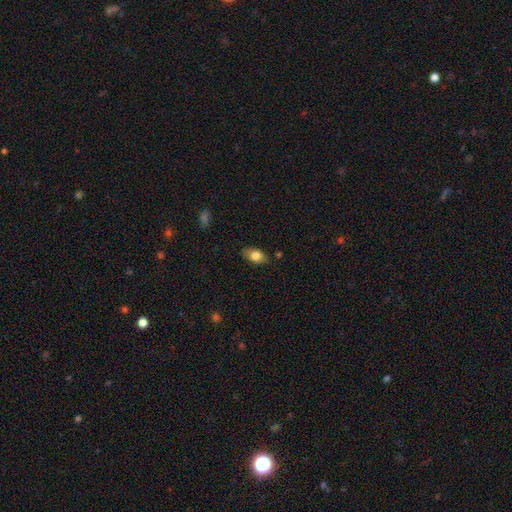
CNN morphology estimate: type=smooth (76%); roundness=in between (88%); merging=none (80%).